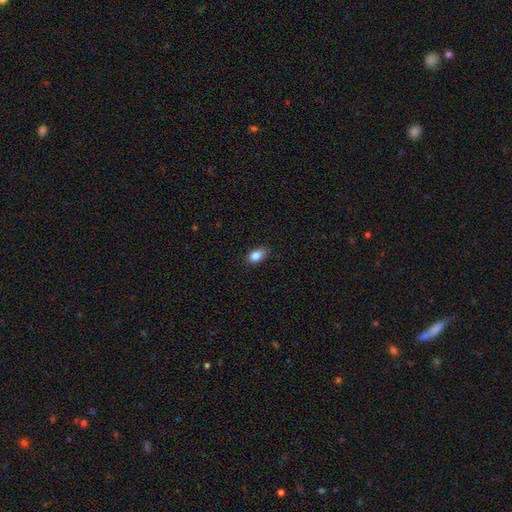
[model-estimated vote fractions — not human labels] smooth 88%, star or artifact 8%, featured or disk 4%. Down the decision tree: how rounded — in between (89%); merging — none (80%).